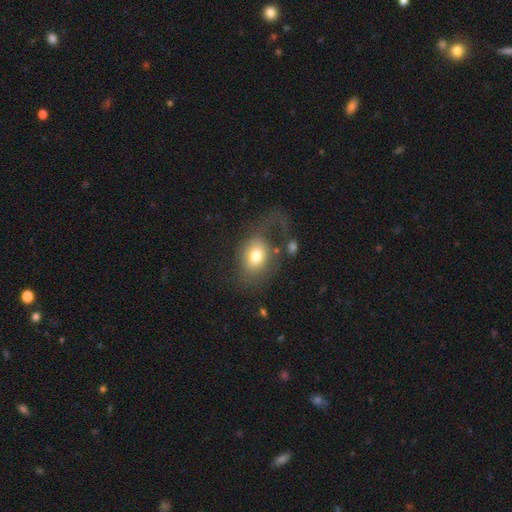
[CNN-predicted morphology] The model was most divided on "merging": major disturbance: 45%, none: 32%, minor disturbance: 17%, merger: 6%. More confident: smooth or featured — smooth (70%); how rounded — in between (58%).